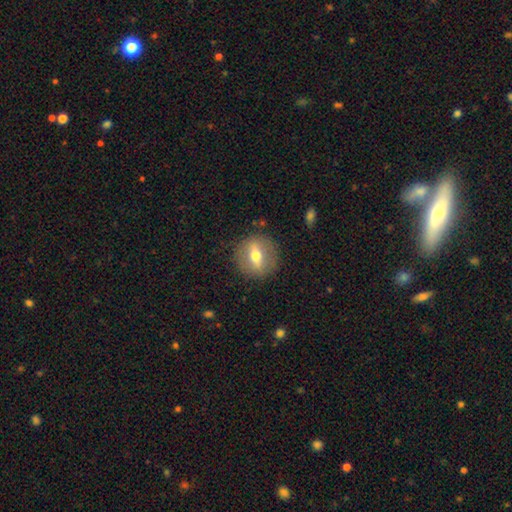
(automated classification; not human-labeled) Morphology: type=featured or disk (50%); edge-on=no (62%); merging=none (87%).